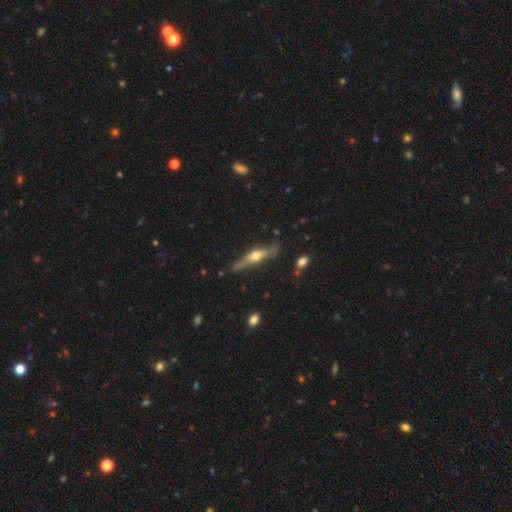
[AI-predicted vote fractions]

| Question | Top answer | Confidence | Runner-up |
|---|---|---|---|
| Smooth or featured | featured or disk | 65% | smooth (30%) |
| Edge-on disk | yes | 90% | no (10%) |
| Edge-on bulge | rounded | 93% | none (4%) |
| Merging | none | 78% | minor disturbance (16%) |